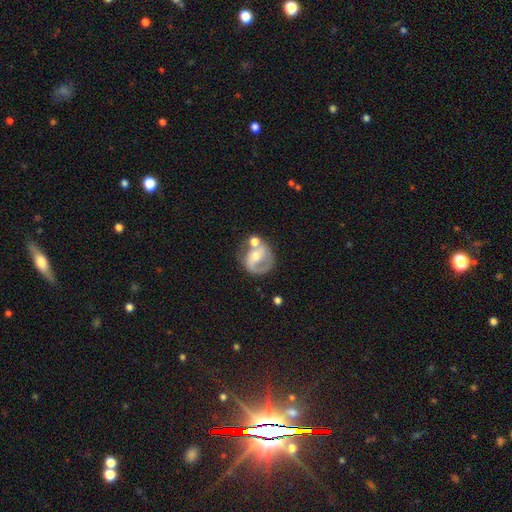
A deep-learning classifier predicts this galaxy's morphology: smooth-or-featured: featured or disk: 67% | smooth: 26% | star or artifact: 7%
  disk-edge-on: no: 97% | yes: 3%
    bar: no: 47% | weak: 36% | strong: 17%
    has-spiral-arms: yes: 70% | no: 30%
    bulge-size: moderate: 55% | small: 37% | large: 4% | none: 3% | dominant: 1%
  merging: none: 45% | merger: 22% | minor disturbance: 19% | major disturbance: 14%